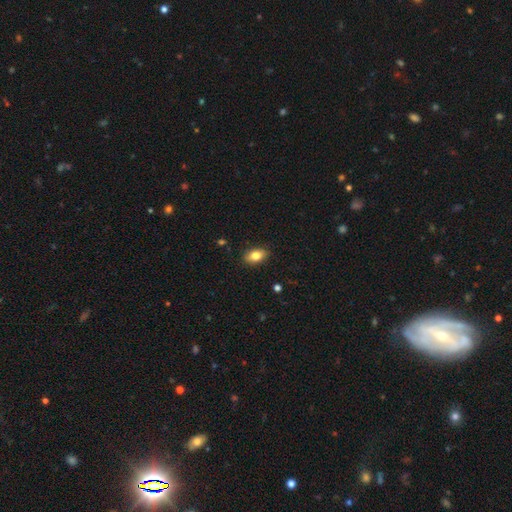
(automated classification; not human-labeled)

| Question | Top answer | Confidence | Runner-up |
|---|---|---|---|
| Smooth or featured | smooth | 81% | featured or disk (11%) |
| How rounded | in between | 88% | round (9%) |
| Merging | none | 88% | minor disturbance (9%) |